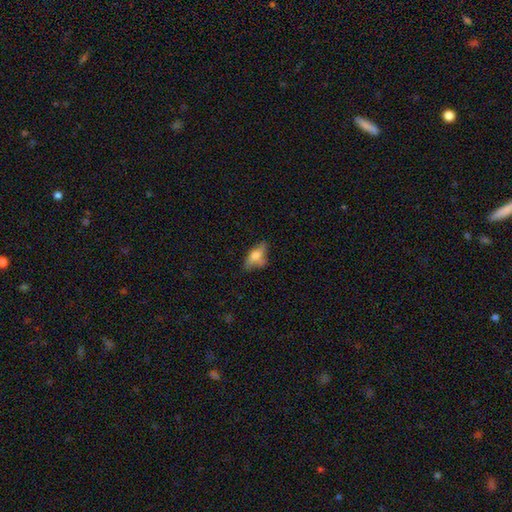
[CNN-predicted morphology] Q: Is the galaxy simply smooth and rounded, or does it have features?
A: smooth — 62%.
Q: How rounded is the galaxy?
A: in between — 82%.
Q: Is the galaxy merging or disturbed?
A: none — 46%.